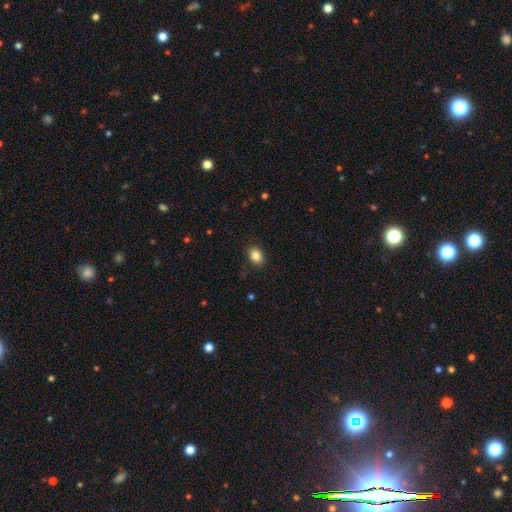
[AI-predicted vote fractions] Smooth or featured? Predicted: smooth (p=0.85). How rounded? Predicted: in between (p=0.76). Merging? Predicted: none (p=0.87).